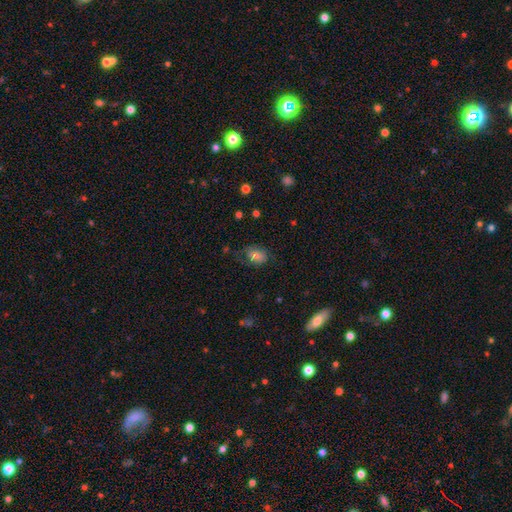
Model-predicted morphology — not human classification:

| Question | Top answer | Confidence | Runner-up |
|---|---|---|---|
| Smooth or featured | smooth | 70% | featured or disk (20%) |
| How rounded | in between | 73% | round (26%) |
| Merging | none | 57% | minor disturbance (26%) |